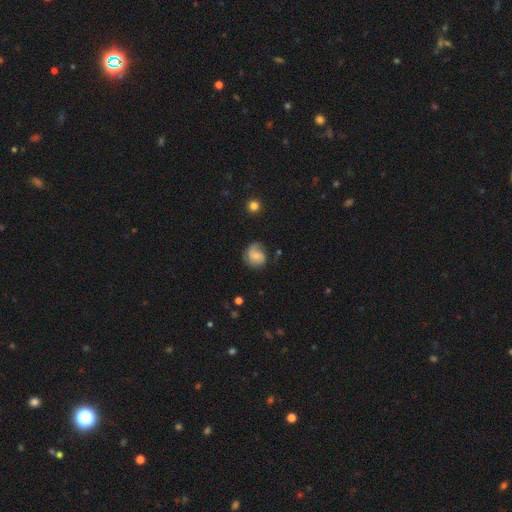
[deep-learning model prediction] Smooth or featured? Predicted: featured or disk (p=0.54). Edge-on disk? Predicted: no (p=0.98). Bar? Predicted: no (p=0.65). Spiral arms? Predicted: yes (p=0.88). Bulge size? Predicted: small (p=0.55). Merging? Predicted: none (p=0.62).